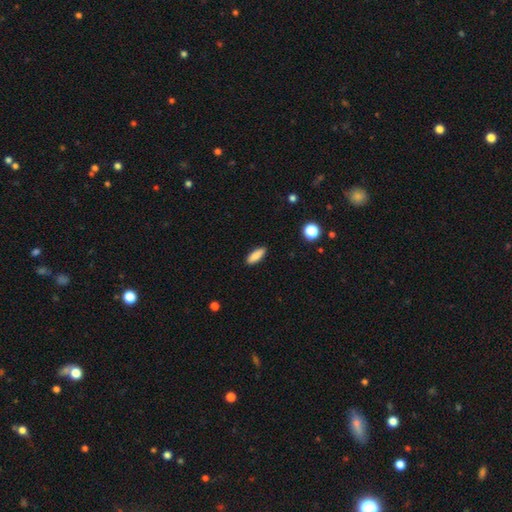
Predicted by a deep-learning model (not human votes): Morphology: type=smooth (86%); roundness=in between (62%); merging=none (89%).